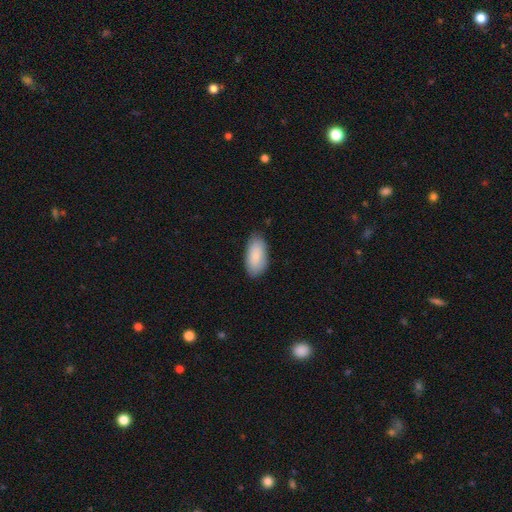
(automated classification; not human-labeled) Smooth or featured?
  - smooth: 87% *
  - featured or disk: 8%
  - star or artifact: 6%
How rounded?
  - in between: 94% *
  - cigar-shaped: 4%
  - round: 2%
Merging?
  - none: 82% *
  - minor disturbance: 15%
  - major disturbance: 3%
  - merger: 1%